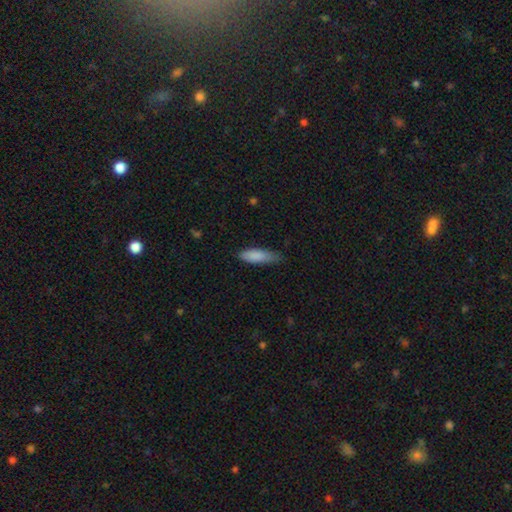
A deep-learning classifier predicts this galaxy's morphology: Smooth or featured? smooth (87%)
How rounded? in between (55%)
Merging? none (62%)